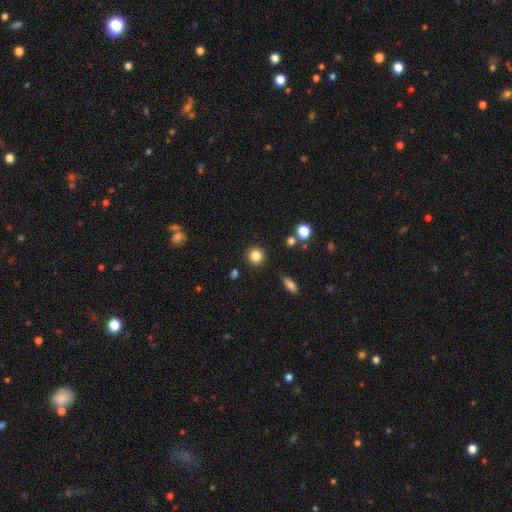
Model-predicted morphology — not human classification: Smooth or featured? Predicted: smooth (p=0.84). How rounded? Predicted: round (p=0.92). Merging? Predicted: none (p=0.89).